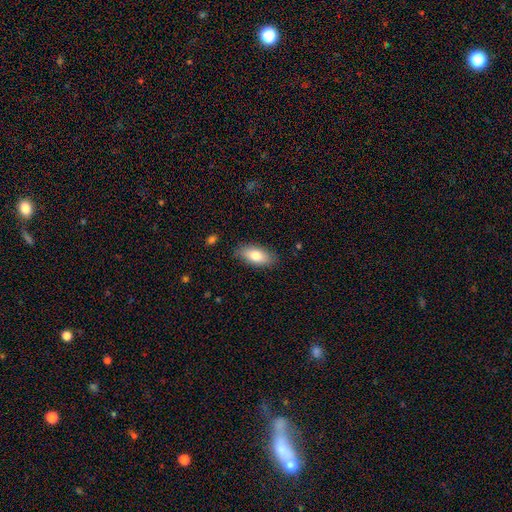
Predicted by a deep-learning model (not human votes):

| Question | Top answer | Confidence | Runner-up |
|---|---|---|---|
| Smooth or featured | smooth | 79% | featured or disk (14%) |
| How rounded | in between | 87% | cigar-shaped (10%) |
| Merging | none | 85% | minor disturbance (11%) |